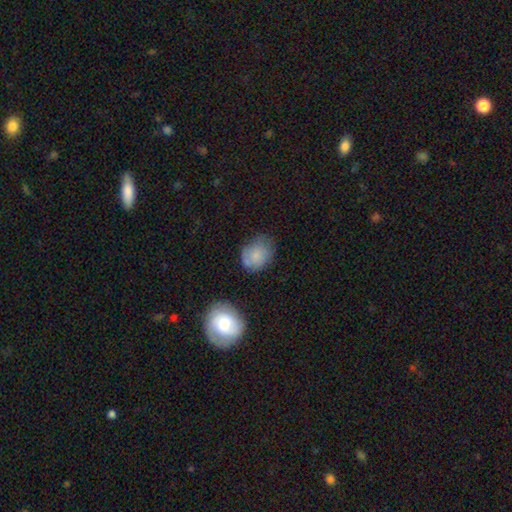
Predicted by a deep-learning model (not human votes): A smooth galaxy with no disk features (74%) that is in between round and cigar-shaped (52%). Merging: none (58%).